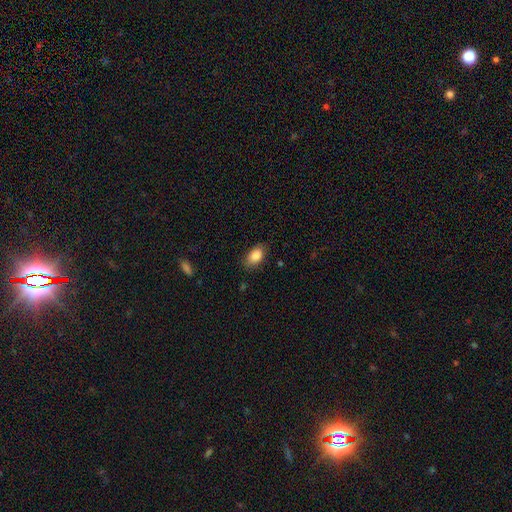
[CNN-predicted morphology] Smooth or featured: smooth — 86% (star or artifact — 8%)
How rounded: in between — 89% (round — 9%)
Merging: none — 81% (minor disturbance — 15%)